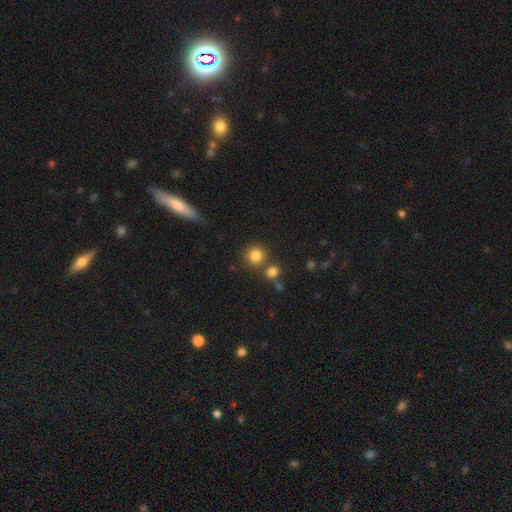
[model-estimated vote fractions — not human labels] Morphology: type=smooth (82%); roundness=round (91%); merging=none (72%).